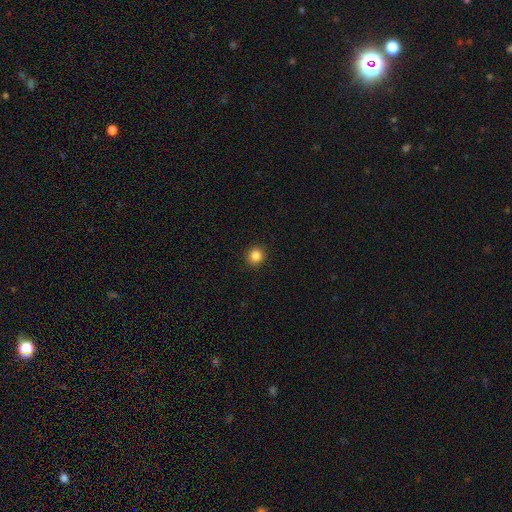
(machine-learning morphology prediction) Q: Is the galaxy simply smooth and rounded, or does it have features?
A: smooth — 85%.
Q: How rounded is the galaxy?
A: round — 91%.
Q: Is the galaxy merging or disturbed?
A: none — 93%.